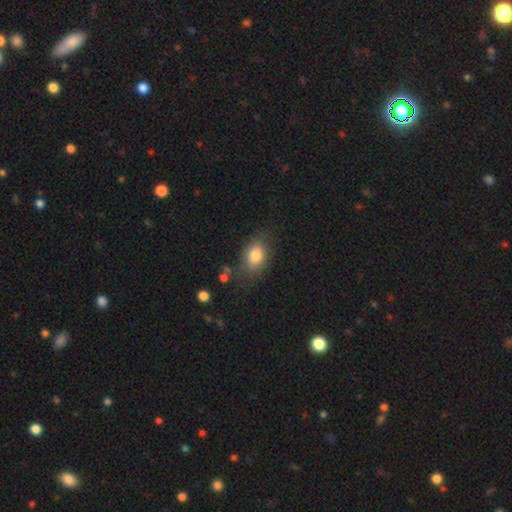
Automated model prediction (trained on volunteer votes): smooth-or-featured: smooth: 80% | featured or disk: 12% | star or artifact: 8%
  how-rounded: in between: 78% | round: 21% | cigar-shaped: 2%
  merging: none: 66% | minor disturbance: 21% | major disturbance: 9% | merger: 4%